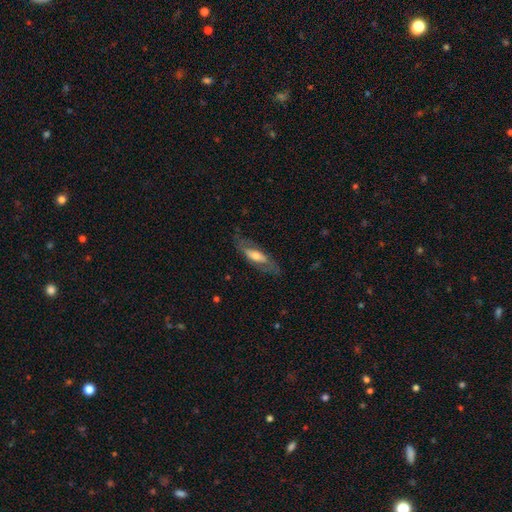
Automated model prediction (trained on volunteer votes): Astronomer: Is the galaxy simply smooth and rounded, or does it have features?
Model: featured or disk — 55% (runner-up: smooth, 39%).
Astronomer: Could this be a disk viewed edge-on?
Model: no — 65%.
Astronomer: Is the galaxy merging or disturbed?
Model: none — 72%.